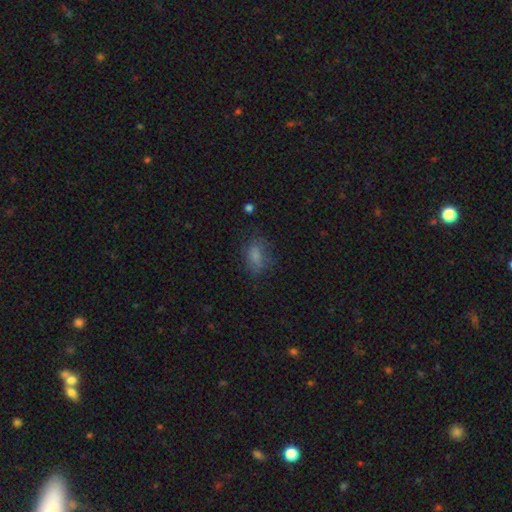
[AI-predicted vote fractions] A smooth galaxy with no disk features (74%) that is in between round and cigar-shaped (81%). Merging: none (61%).